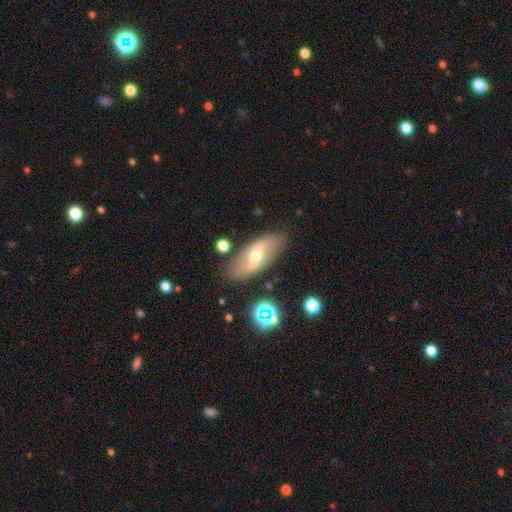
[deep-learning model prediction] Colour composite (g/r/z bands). It shows a featured or disk galaxy (58%). Merging: none (83%).